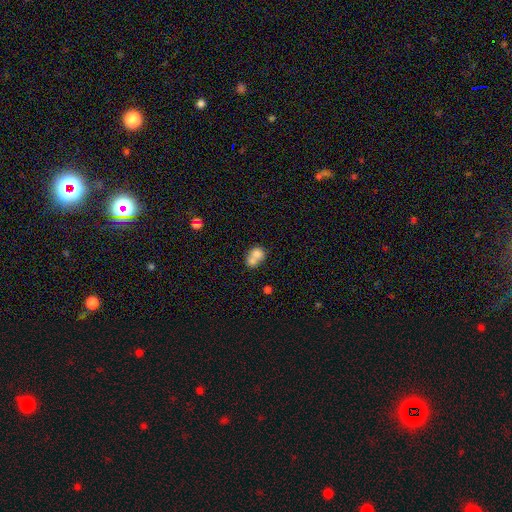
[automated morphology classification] Smooth or featured? smooth (72%)
How rounded? round (63%)
Merging? merger (66%)